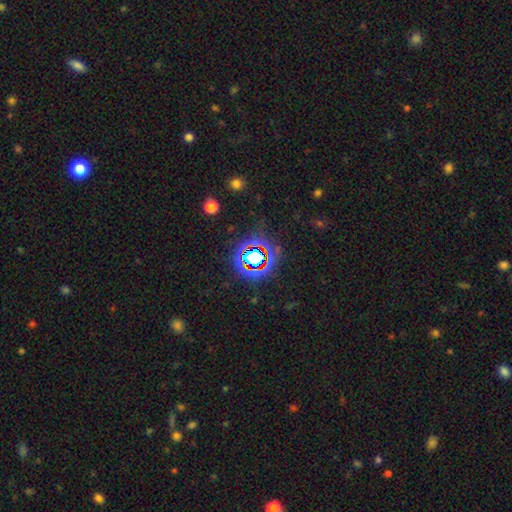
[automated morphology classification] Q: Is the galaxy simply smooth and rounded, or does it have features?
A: star or artifact — 72%.